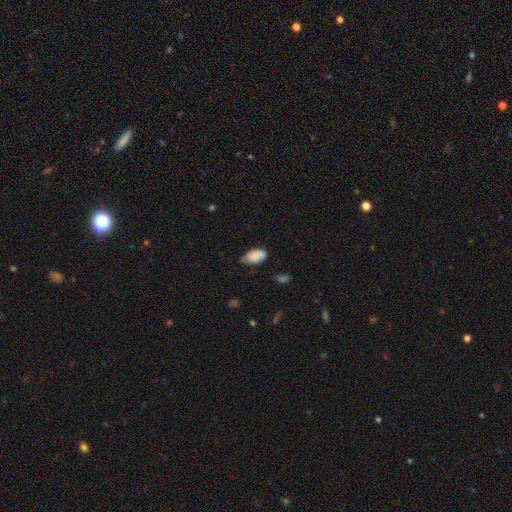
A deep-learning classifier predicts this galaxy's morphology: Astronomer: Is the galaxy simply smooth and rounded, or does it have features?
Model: smooth — 81%.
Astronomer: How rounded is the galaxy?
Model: in between — 93%.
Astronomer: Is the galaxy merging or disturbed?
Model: none — 52% (runner-up: minor disturbance, 38%).